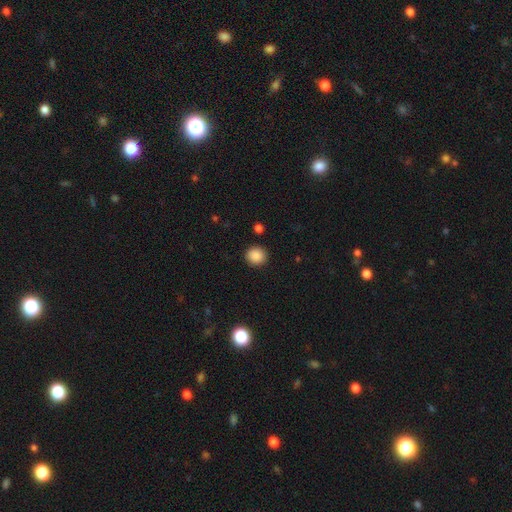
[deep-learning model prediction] The model was most divided on "how rounded": round: 86%, in between: 13%, cigar-shaped: 1%. More confident: merging — none (90%); smooth or featured — smooth (88%).